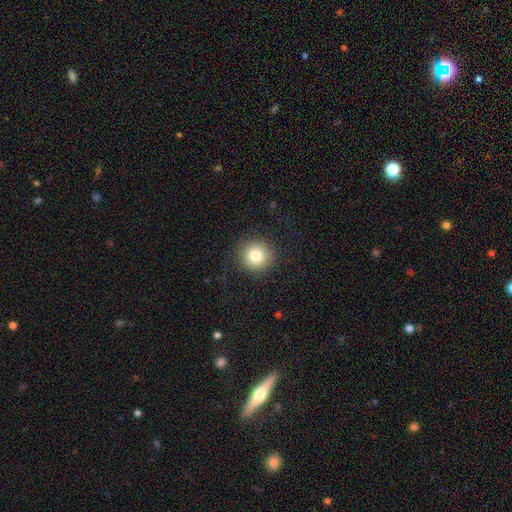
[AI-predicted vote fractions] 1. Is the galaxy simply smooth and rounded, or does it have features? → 81% smooth, 11% star or artifact, 8% featured or disk.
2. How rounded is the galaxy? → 94% round, 5% in between, 1% cigar-shaped.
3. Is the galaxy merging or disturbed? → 90% none, 6% minor disturbance, 3% major disturbance, 1% merger.